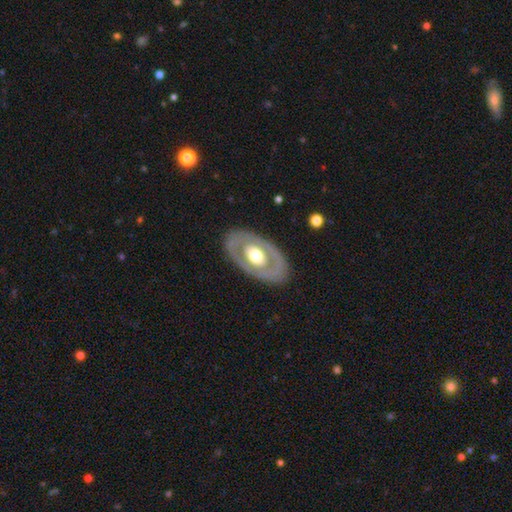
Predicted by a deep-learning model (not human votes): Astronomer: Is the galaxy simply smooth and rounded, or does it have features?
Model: featured or disk — 59% (runner-up: smooth, 36%).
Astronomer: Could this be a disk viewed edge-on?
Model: no — 88%.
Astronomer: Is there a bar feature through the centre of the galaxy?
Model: no — 86%.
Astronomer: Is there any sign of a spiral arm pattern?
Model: no — 90%.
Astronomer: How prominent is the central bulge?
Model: moderate — 58% (runner-up: large, 35%).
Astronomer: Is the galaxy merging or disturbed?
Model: none — 84%.